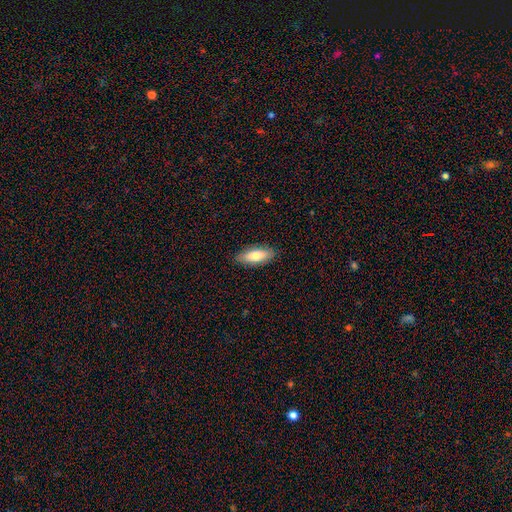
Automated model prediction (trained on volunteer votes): Q: Smooth or featured?
A: smooth (75%); runner-up: featured or disk (19%)
Q: How rounded?
A: in between (74%); runner-up: cigar-shaped (24%)
Q: Merging?
A: none (86%); runner-up: minor disturbance (11%)